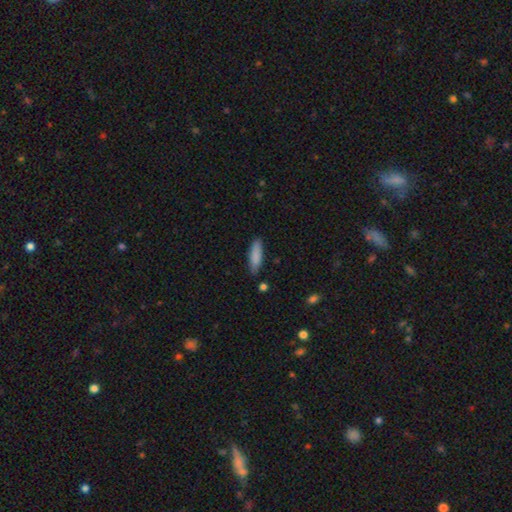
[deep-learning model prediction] smooth 86%, featured or disk 8%, star or artifact 6%. Down the decision tree: how rounded — cigar-shaped (61%); merging — none (84%).